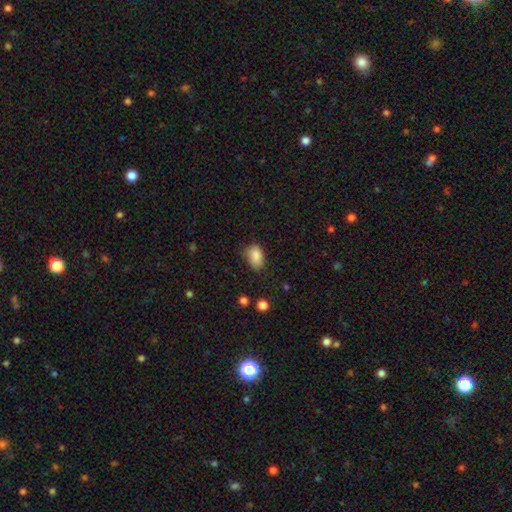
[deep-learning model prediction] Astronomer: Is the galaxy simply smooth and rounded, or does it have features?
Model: smooth — 87%.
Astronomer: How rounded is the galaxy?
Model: in between — 85%.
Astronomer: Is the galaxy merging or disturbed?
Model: none — 64%.